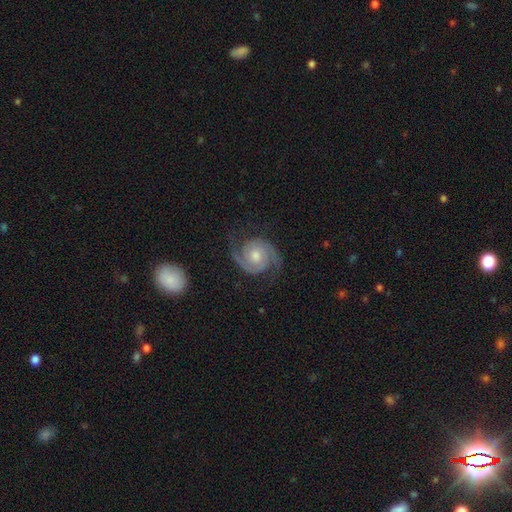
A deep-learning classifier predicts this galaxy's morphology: type=featured or disk (91%); edge-on=no (98%); bar=no (68%); spiral arms=yes (98%); winding=medium (49%); arm count=2 (93%); bulge=moderate (62%); merging=none (80%).